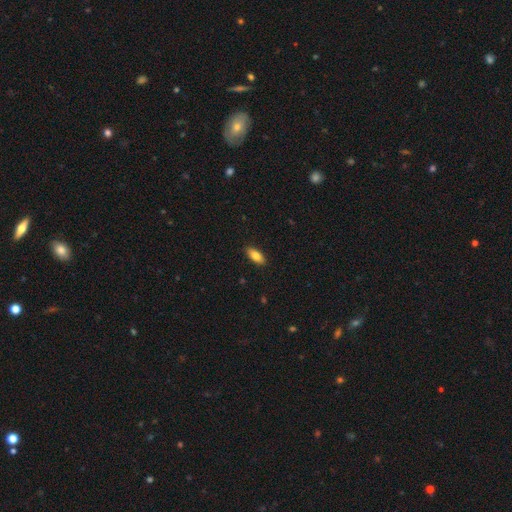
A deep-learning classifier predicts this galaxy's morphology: Smooth or featured? smooth (82%)
How rounded? in between (81%)
Merging? none (90%)